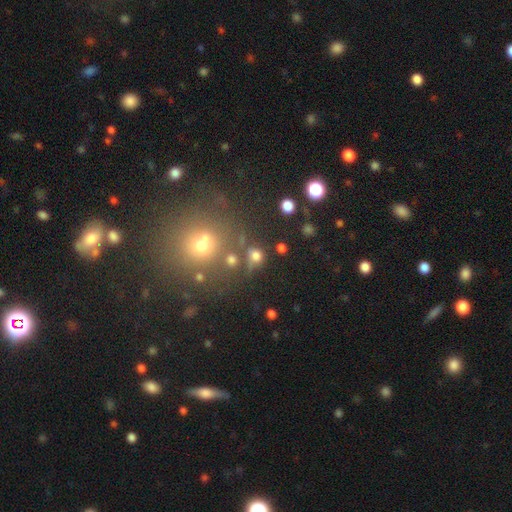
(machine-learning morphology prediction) This appears to be a smooth galaxy with no disk features (71%) that is round (81%). Merging: none (62%).